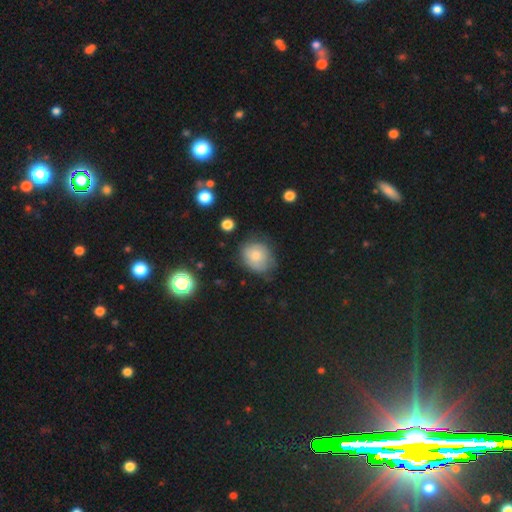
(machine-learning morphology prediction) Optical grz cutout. It shows a smooth galaxy with no disk features (70%) that is round (63%). Merging: none (58%).